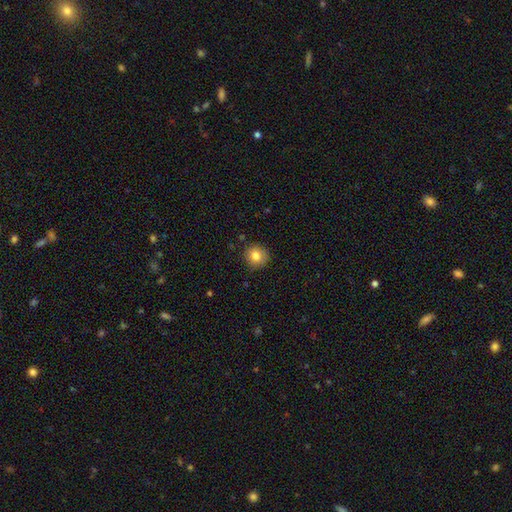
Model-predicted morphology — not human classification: Smooth or featured?
  - smooth: 82% *
  - star or artifact: 9%
  - featured or disk: 9%
How rounded?
  - round: 91% *
  - in between: 8%
  - cigar-shaped: 1%
Merging?
  - none: 87% *
  - minor disturbance: 9%
  - major disturbance: 2%
  - merger: 1%